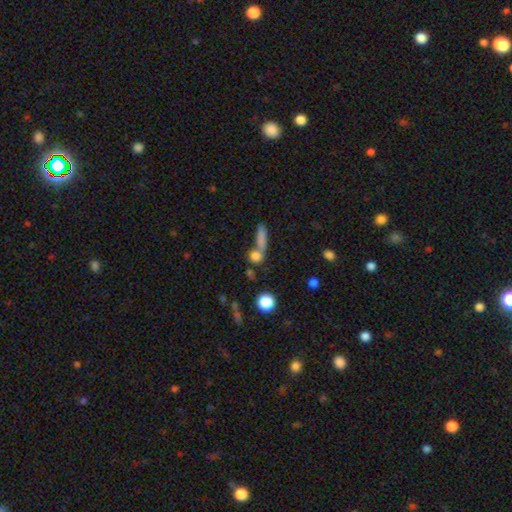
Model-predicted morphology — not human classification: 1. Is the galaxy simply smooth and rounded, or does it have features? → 76% smooth, 14% star or artifact, 11% featured or disk.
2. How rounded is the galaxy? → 58% round, 27% in between, 15% cigar-shaped.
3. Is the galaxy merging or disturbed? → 45% none, 41% merger, 8% minor disturbance, 6% major disturbance.